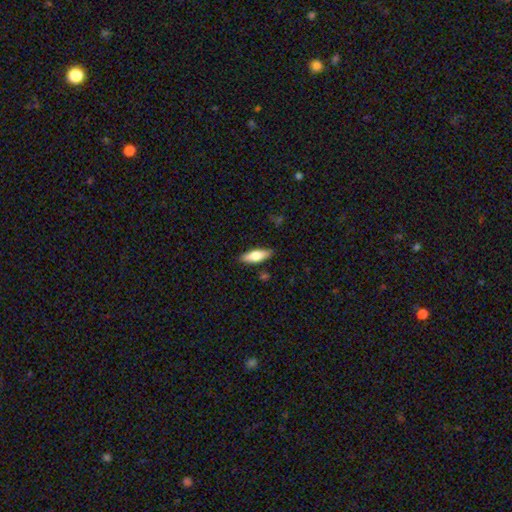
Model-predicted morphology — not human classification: Q: Smooth or featured?
A: smooth (69%); runner-up: featured or disk (25%)
Q: How rounded?
A: in between (62%); runner-up: cigar-shaped (36%)
Q: Merging?
A: none (85%); runner-up: minor disturbance (11%)